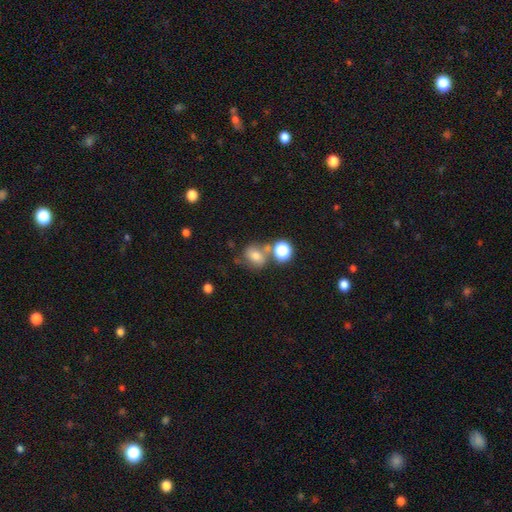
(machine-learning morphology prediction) The model was most divided on "how rounded": round: 54%, in between: 44%, cigar-shaped: 1%. Remaining: smooth or featured — smooth (65%); merging — none (47%).